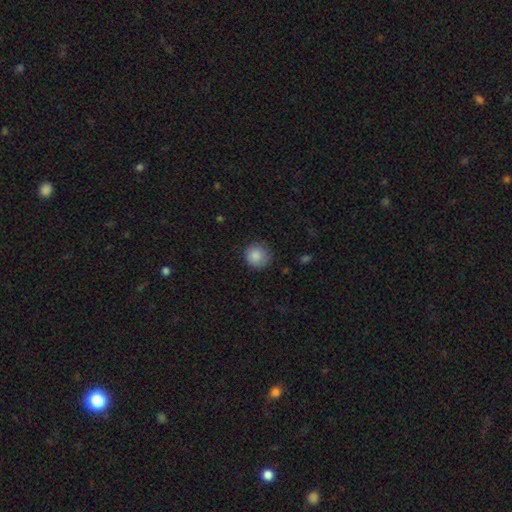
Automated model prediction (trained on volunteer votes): Smooth or featured?
  - smooth: 87% *
  - star or artifact: 8%
  - featured or disk: 5%
How rounded?
  - round: 93% *
  - in between: 6%
  - cigar-shaped: 1%
Merging?
  - none: 82% *
  - minor disturbance: 14%
  - major disturbance: 3%
  - merger: 1%